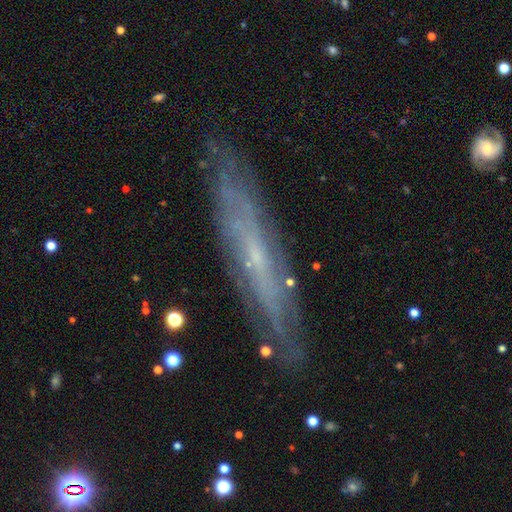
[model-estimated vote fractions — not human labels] Smooth or featured? Predicted: featured or disk (p=0.70). Edge-on disk? Predicted: yes (p=0.65). Merging? Predicted: none (p=0.84).